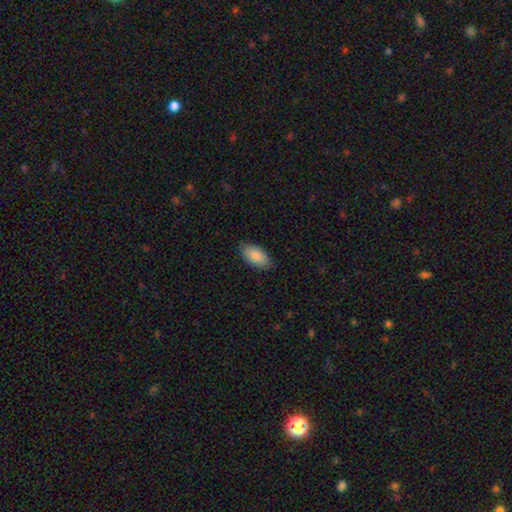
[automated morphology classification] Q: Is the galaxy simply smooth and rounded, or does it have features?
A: smooth — 89%.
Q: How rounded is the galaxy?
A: in between — 95%.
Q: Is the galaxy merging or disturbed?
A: none — 84%.